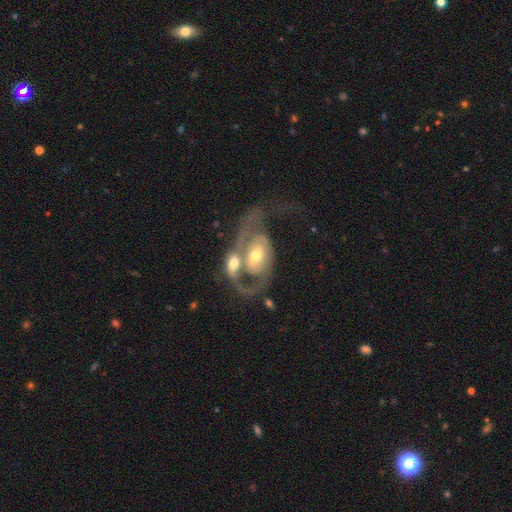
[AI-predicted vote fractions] This appears to be a featured or disk galaxy (78%) with no bar (55%), 2 (65%) medium (39%) spiral arms (79%) and a moderate central bulge (60%). Merging: merger (63%).